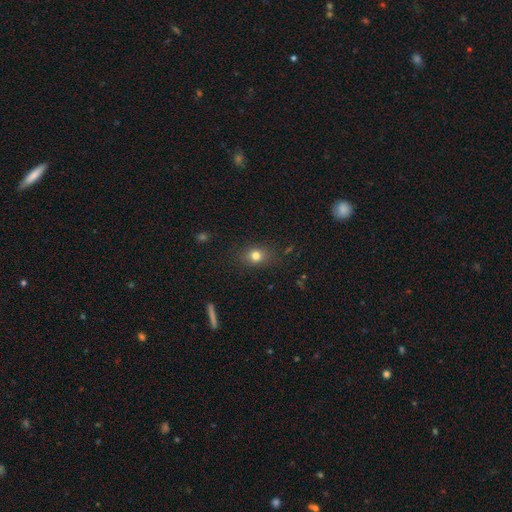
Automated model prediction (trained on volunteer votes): smooth 78%, star or artifact 13%, featured or disk 9%. Down the decision tree: how rounded — round (53%); merging — none (84%).